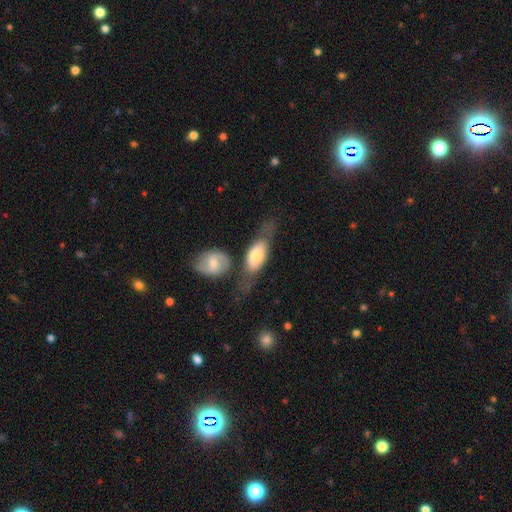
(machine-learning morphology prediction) Overall: smooth (59%; featured or disk 36%). How rounded: in between (70%). Merging: none (46%; merger 20%).